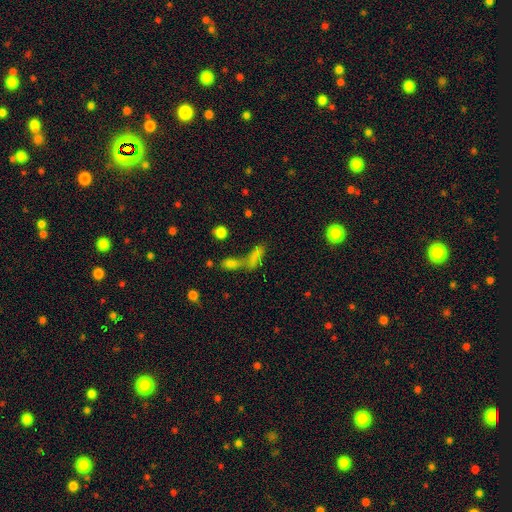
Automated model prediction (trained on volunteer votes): smooth_or_featured: smooth (p=0.62) [alt: star or artifact p=0.21]
how_rounded: in between (p=0.52) [alt: cigar-shaped p=0.40]
merging: merger (p=0.49) [alt: none p=0.29]